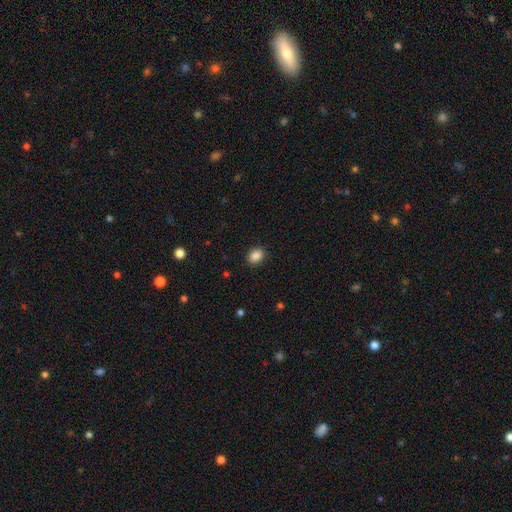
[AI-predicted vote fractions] This appears to be a smooth galaxy with no disk features (88%) that is in between round and cigar-shaped (59%). Merging: none (89%).